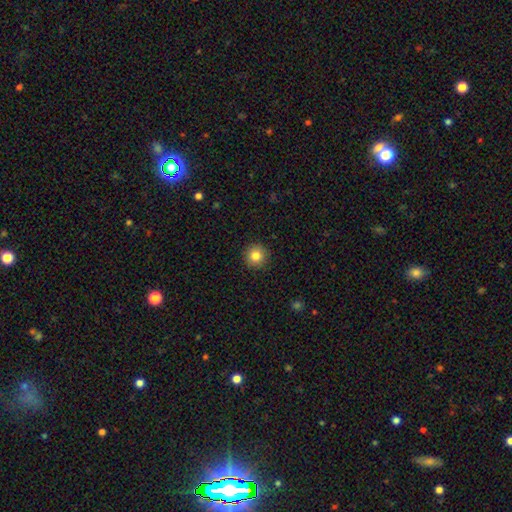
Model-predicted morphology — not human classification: Smooth or featured?
  - smooth: 83% *
  - star or artifact: 10%
  - featured or disk: 7%
How rounded?
  - round: 95% *
  - in between: 4%
  - cigar-shaped: 1%
Merging?
  - none: 92% *
  - minor disturbance: 5%
  - major disturbance: 2%
  - merger: 1%